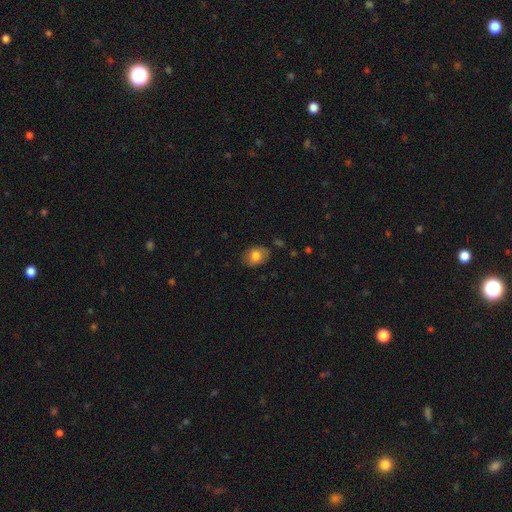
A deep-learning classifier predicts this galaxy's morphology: A smooth galaxy with no disk features (78%) that is in between round and cigar-shaped (70%).

Vote fractions:
- Smooth or featured? smooth: 78% / featured or disk: 14% / star or artifact: 8%
- How rounded? in between: 70% / round: 29% / cigar-shaped: 1%
- Merging? none: 80% / minor disturbance: 15% / major disturbance: 3% / merger: 2%